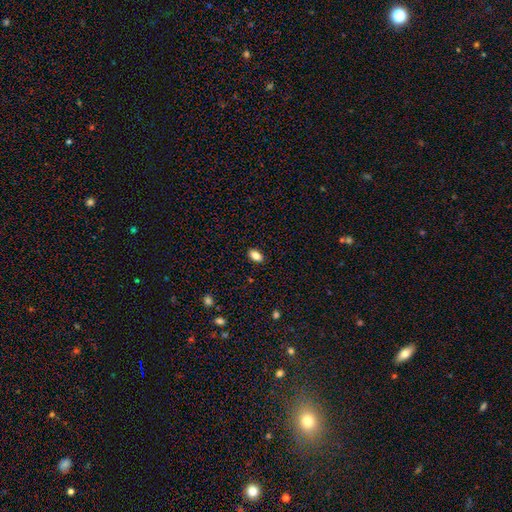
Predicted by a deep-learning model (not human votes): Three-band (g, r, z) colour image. It shows a smooth galaxy with no disk features (85%) that is in between round and cigar-shaped (89%). Merging: none (89%).